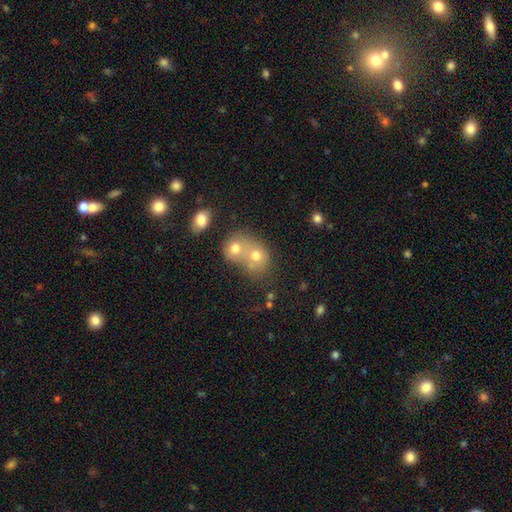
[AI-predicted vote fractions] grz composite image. It shows a smooth galaxy with no disk features (68%) that is round (62%). Merging: merger (68%).